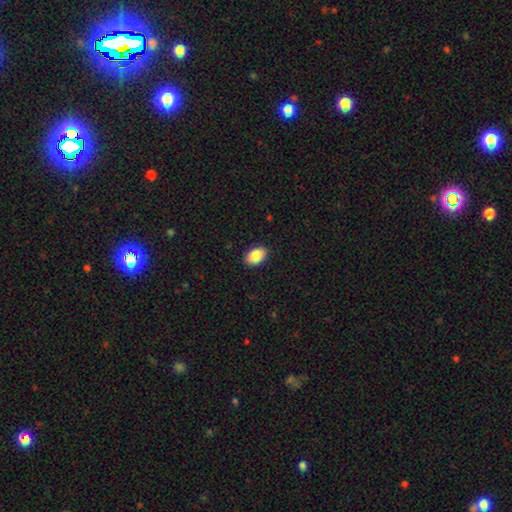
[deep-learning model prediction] Morphology: type=smooth (87%); roundness=in between (88%); merging=none (89%).